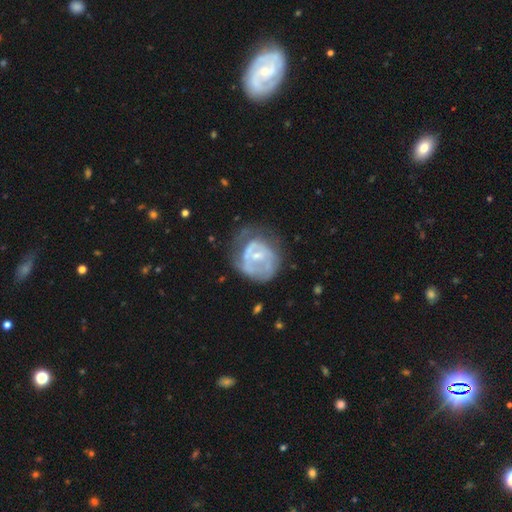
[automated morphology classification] Smooth or featured: featured or disk — 66% (smooth — 27%)
Edge-on disk: no — 98% (yes — 2%)
Bar: no — 59% (weak — 34%)
Spiral arms: yes — 50% (tied with no — 50%)
Bulge size: small — 59% (moderate — 30%)
Merging: none — 36% (major disturbance — 33%)